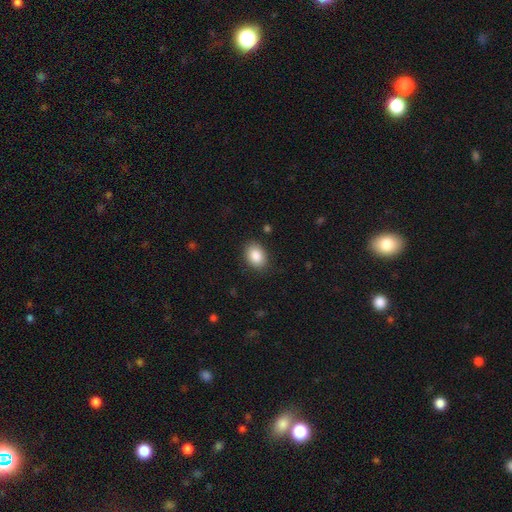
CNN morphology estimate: This is clearly a smooth galaxy (87%). How rounded: likely in between (75%). Merging: clearly none (84%).